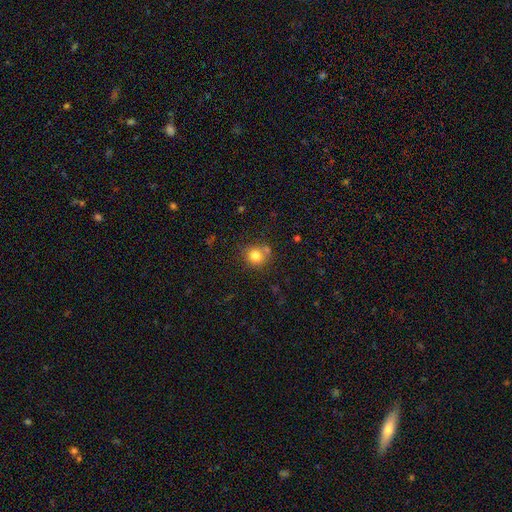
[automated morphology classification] type=smooth (80%); roundness=round (85%); merging=none (66%).